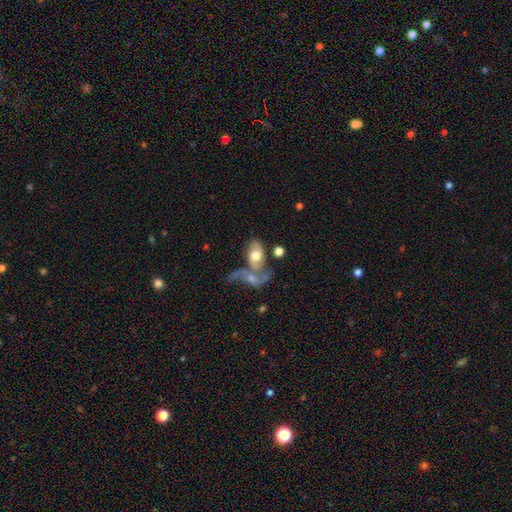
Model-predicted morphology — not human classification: Overall: smooth (50%; featured or disk 43%). Merging: merger (60%).